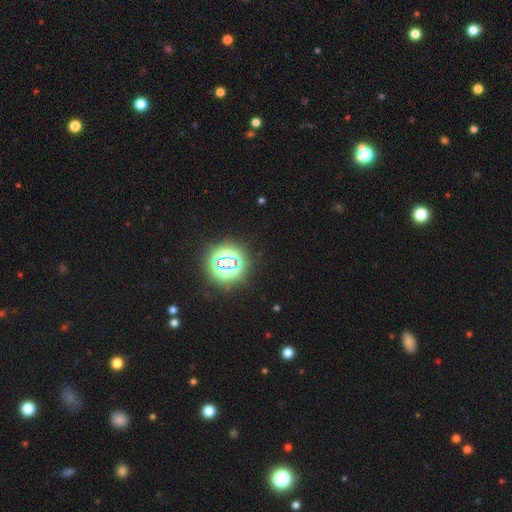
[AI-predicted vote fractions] This is clearly a star or artifact rather than a galaxy (81%).